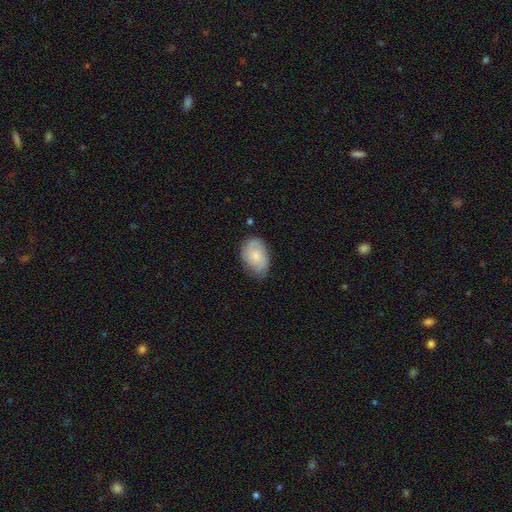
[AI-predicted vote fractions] The model was most divided on "smooth or featured": featured or disk: 48%, smooth: 46%, star or artifact: 7%. More confident: merging — none (70%).